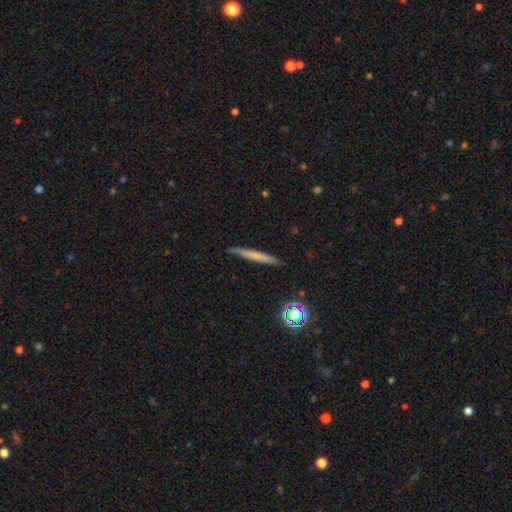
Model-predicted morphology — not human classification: The model was most divided on "smooth or featured": smooth: 60%, featured or disk: 31%, star or artifact: 9%. More confident: how rounded — cigar-shaped (95%); merging — none (88%).